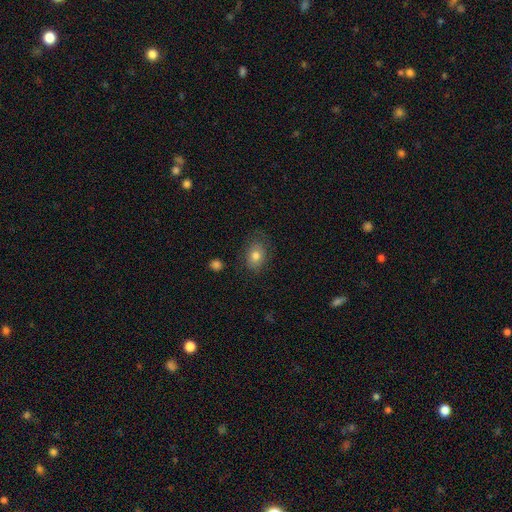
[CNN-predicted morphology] Smooth or featured?
  - smooth: 77% *
  - featured or disk: 14%
  - star or artifact: 9%
How rounded?
  - in between: 71% *
  - round: 28%
  - cigar-shaped: 1%
Merging?
  - none: 71% *
  - minor disturbance: 20%
  - major disturbance: 7%
  - merger: 2%